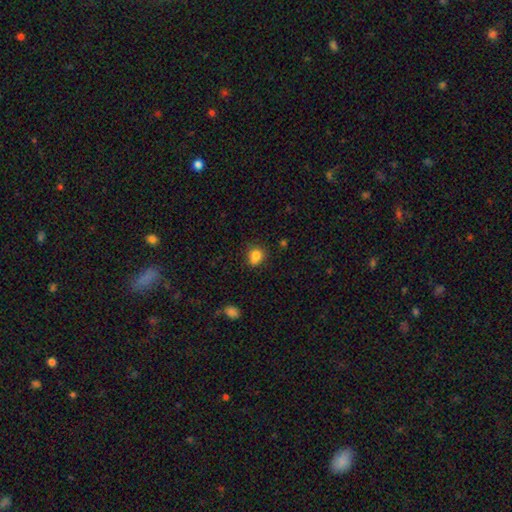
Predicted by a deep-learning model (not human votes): A smooth galaxy with no disk features (82%) that is round (72%).

Vote fractions:
- Smooth or featured? smooth: 82% / star or artifact: 11% / featured or disk: 7%
- How rounded? round: 72% / in between: 27% / cigar-shaped: 1%
- Merging? none: 66% / minor disturbance: 19% / merger: 10% / major disturbance: 5%